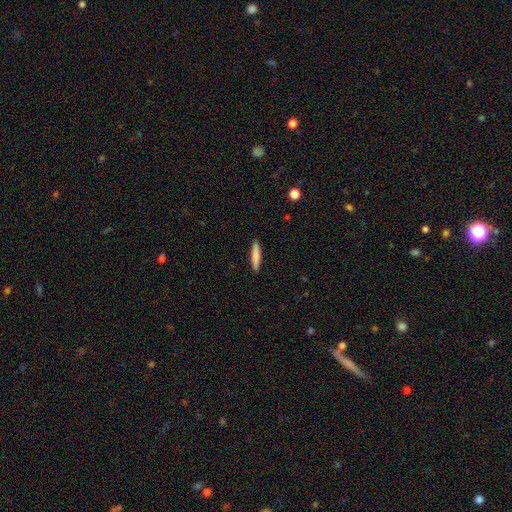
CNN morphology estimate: Smooth or featured?
  - smooth: 81% *
  - featured or disk: 13%
  - star or artifact: 6%
How rounded?
  - cigar-shaped: 90% *
  - in between: 9%
  - round: 1%
Merging?
  - none: 91% *
  - minor disturbance: 6%
  - major disturbance: 1%
  - merger: 1%